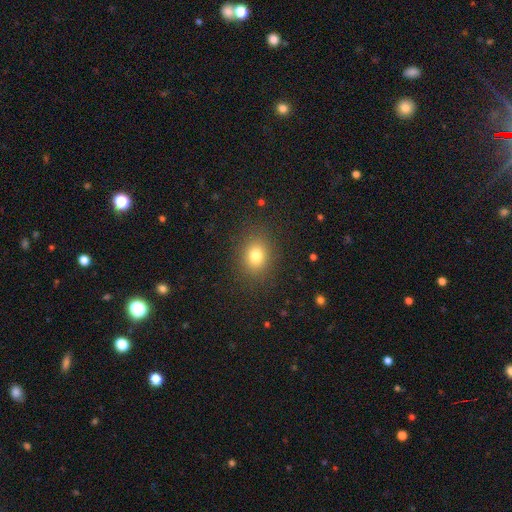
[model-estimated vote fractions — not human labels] Smooth or featured? Predicted: smooth (p=0.78). How rounded? Predicted: round (p=0.52). Merging? Predicted: none (p=0.87).